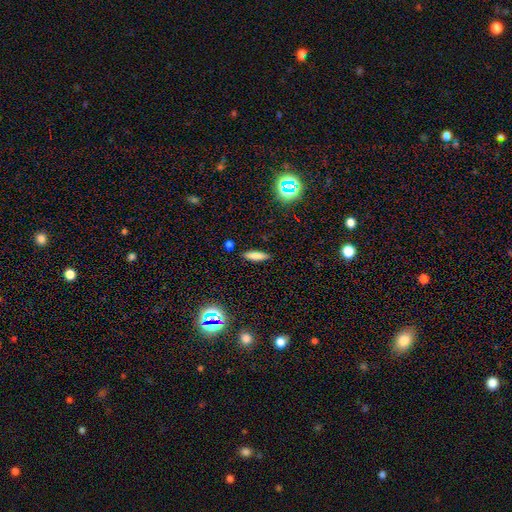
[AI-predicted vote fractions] This is likely a smooth galaxy (79%). How rounded: possibly cigar-shaped (60%). Merging: clearly none (88%).